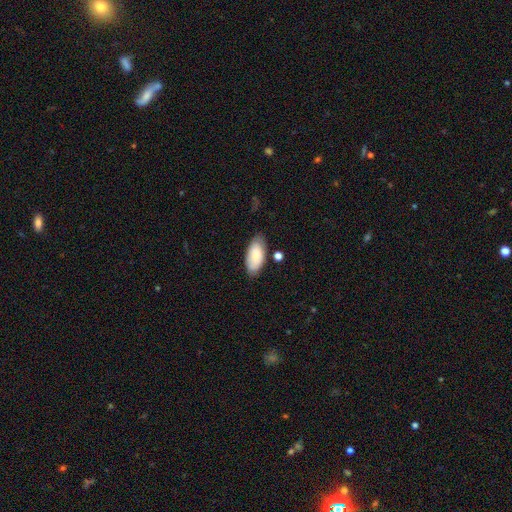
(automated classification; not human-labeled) smooth_or_featured: smooth (p=0.77) [alt: featured or disk p=0.17]
how_rounded: in between (p=0.93) [alt: cigar-shaped p=0.04]
merging: none (p=0.74) [alt: minor disturbance p=0.18]